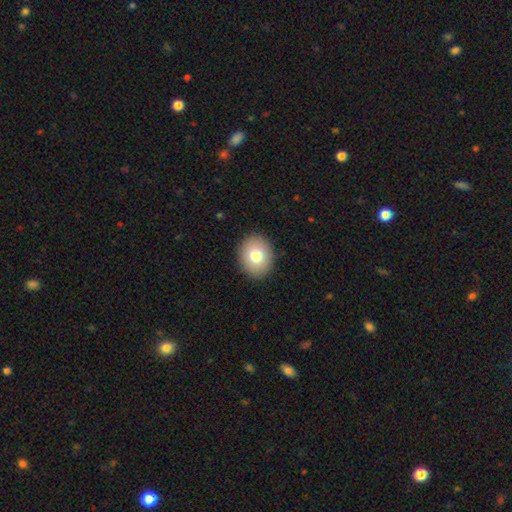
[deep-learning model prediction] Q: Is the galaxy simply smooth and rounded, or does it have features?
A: smooth — 79%.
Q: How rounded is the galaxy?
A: round — 58%.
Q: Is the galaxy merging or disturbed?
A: none — 91%.